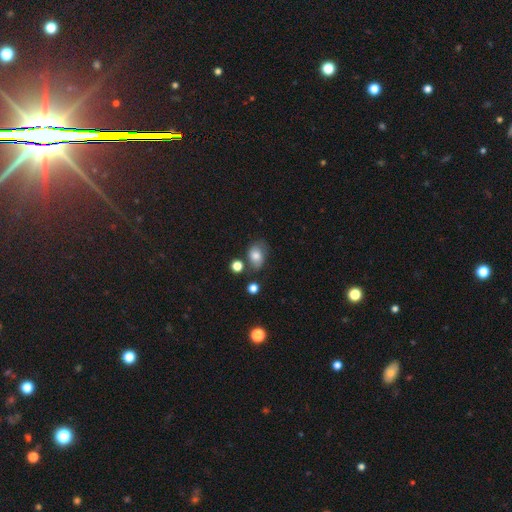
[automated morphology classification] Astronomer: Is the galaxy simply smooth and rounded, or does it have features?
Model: smooth — 73%.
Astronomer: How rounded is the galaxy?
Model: in between — 74%.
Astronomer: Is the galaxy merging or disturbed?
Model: none — 59%.